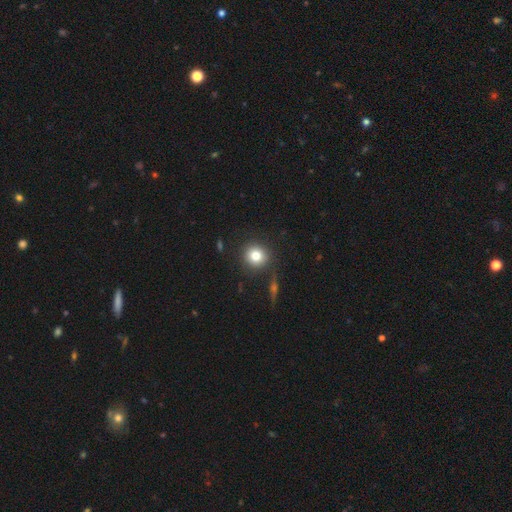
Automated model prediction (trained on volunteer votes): smooth 78%, star or artifact 12%, featured or disk 10%. Down the decision tree: how rounded — round (93%); merging — none (87%).